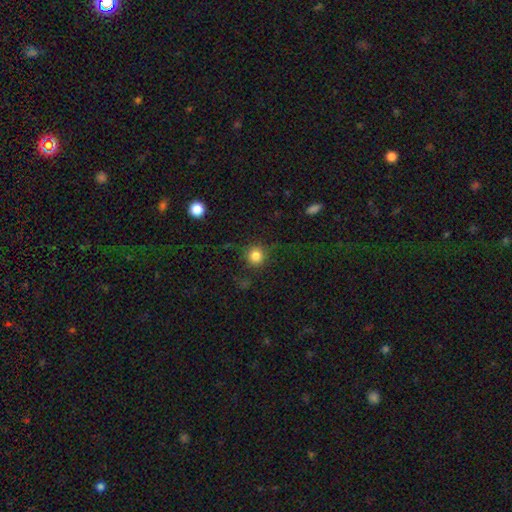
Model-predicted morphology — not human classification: Smooth or featured?
  - smooth: 83% *
  - star or artifact: 12%
  - featured or disk: 5%
How rounded?
  - round: 93% *
  - in between: 6%
  - cigar-shaped: 1%
Merging?
  - none: 85% *
  - minor disturbance: 10%
  - major disturbance: 4%
  - merger: 2%